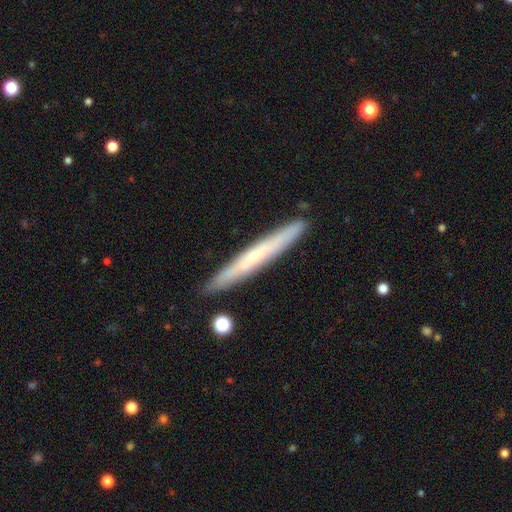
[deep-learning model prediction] Smooth or featured?
  - featured or disk: 49% *
  - smooth: 45%
  - star or artifact: 6%
Merging?
  - none: 89% *
  - minor disturbance: 8%
  - merger: 2%
  - major disturbance: 1%